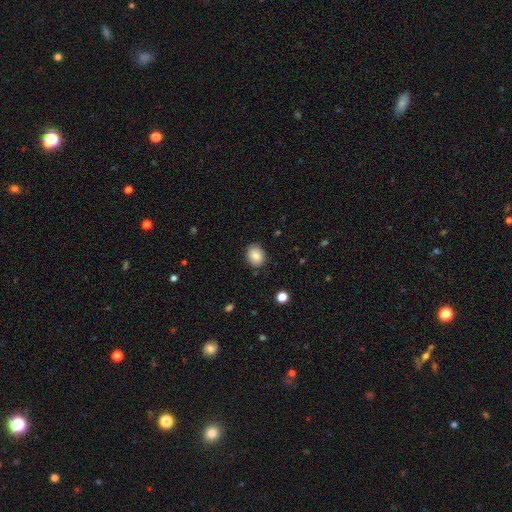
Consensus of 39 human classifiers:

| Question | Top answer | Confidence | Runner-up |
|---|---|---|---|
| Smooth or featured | smooth | 85% | star or artifact (10%) |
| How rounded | round | 67% | in between (33%) |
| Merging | none | 86% | minor disturbance (9%) |